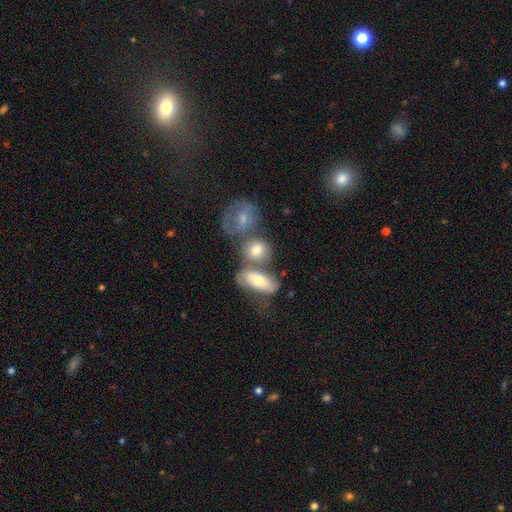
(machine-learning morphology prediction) type=featured or disk (54%); edge-on=no (67%); merging=merger (41%).